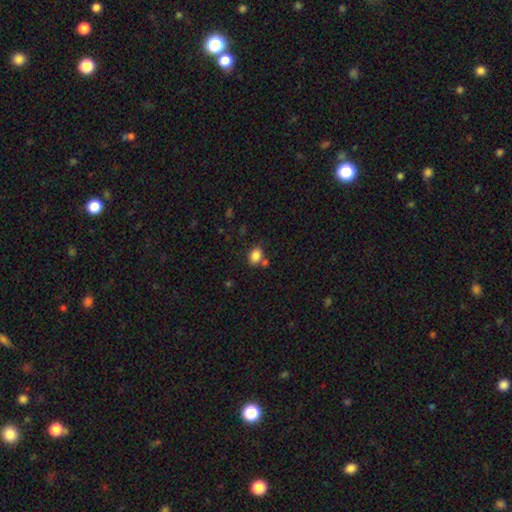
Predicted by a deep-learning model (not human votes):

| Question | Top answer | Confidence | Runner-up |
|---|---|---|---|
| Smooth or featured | smooth | 85% | star or artifact (10%) |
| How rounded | in between | 65% | round (34%) |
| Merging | none | 67% | merger (17%) |